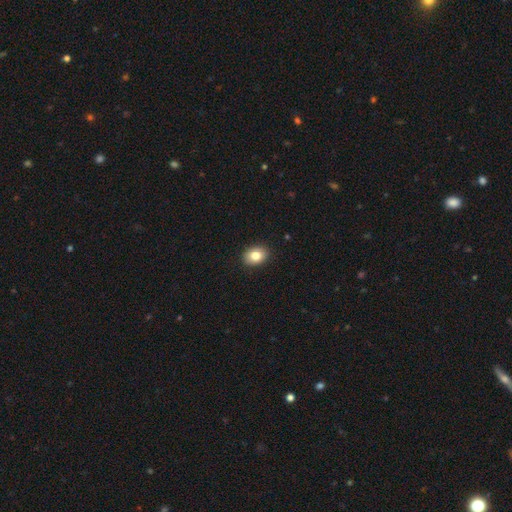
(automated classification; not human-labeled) A smooth galaxy with no disk features (83%) that is in between round and cigar-shaped (71%). Merging: none (90%).